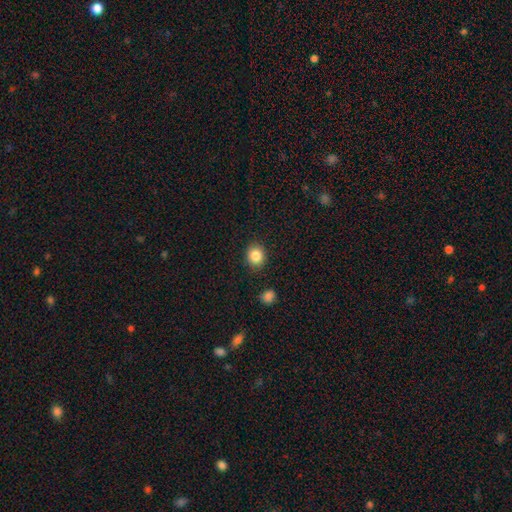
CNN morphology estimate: A smooth galaxy with no disk features (85%) that is round (77%).

Vote fractions:
- Smooth or featured? smooth: 85% / star or artifact: 10% / featured or disk: 5%
- How rounded? round: 77% / in between: 22% / cigar-shaped: 1%
- Merging? none: 89% / minor disturbance: 7% / major disturbance: 2% / merger: 2%